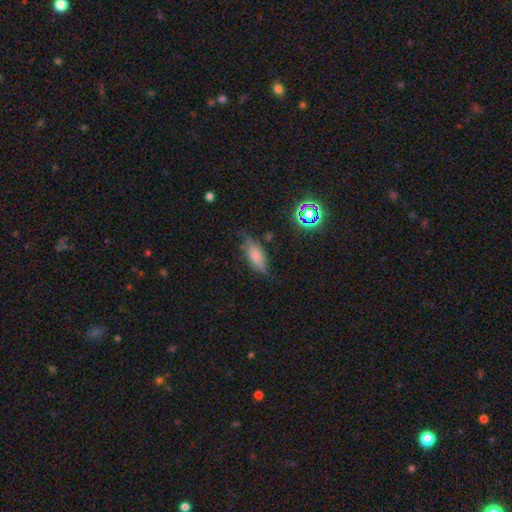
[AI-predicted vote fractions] smooth_or_featured: smooth (p=0.50) [alt: featured or disk p=0.38]
merging: none (p=0.66) [alt: minor disturbance p=0.24]